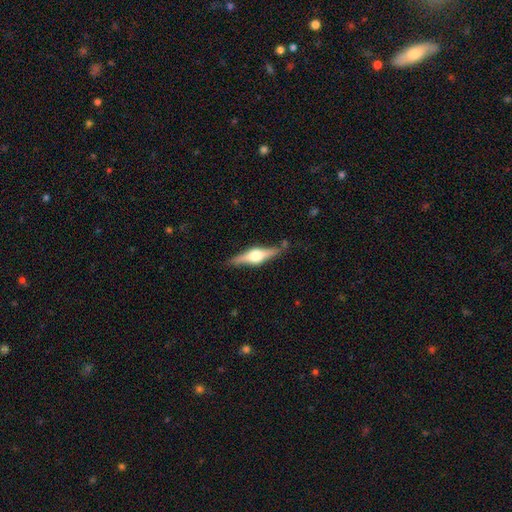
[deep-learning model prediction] smooth-or-featured: featured or disk: 74% | smooth: 20% | star or artifact: 5%
  disk-edge-on: yes: 96% | no: 4%
    edge-on-bulge: rounded: 94% | boxy: 5% | none: 2%
  merging: none: 82% | minor disturbance: 13% | major disturbance: 3% | merger: 2%